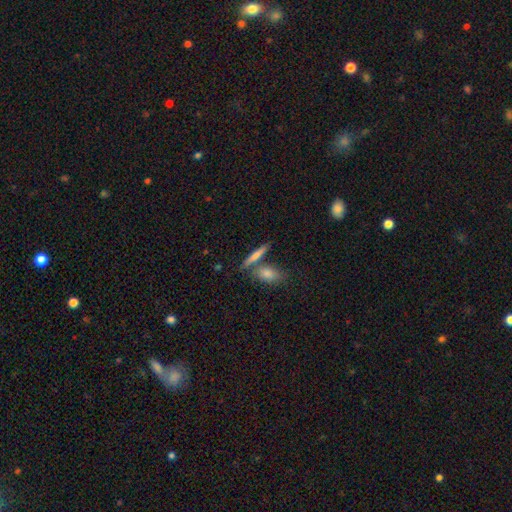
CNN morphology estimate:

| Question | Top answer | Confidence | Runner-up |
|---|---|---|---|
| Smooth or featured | smooth | 65% | featured or disk (28%) |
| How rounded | cigar-shaped | 72% | in between (23%) |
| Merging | none | 64% | merger (23%) |